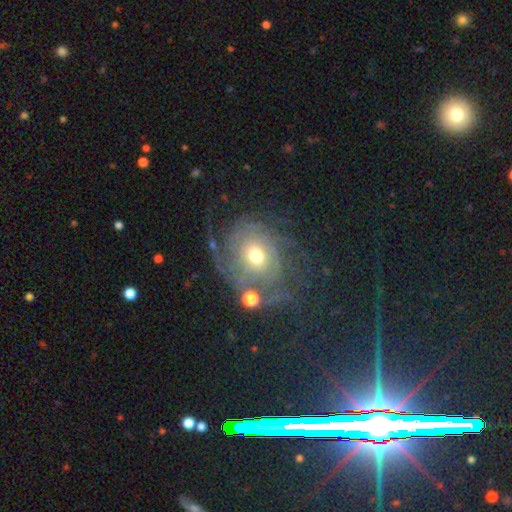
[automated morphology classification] smooth_or_featured: featured or disk (p=0.80) [alt: smooth p=0.12]
disk_edge_on: no (p=0.97) [alt: yes p=0.03]
bar: no (p=0.77) [alt: weak p=0.18]
has_spiral_arms: yes (p=0.90) [alt: no p=0.10]
spiral_winding: tight (p=0.55) [alt: medium p=0.29]
spiral_arm_count: can't tell (p=0.38) [alt: 2 p=0.18]
bulge_size: moderate (p=0.65) [alt: small p=0.25]
merging: none (p=0.58) [alt: major disturbance p=0.21]